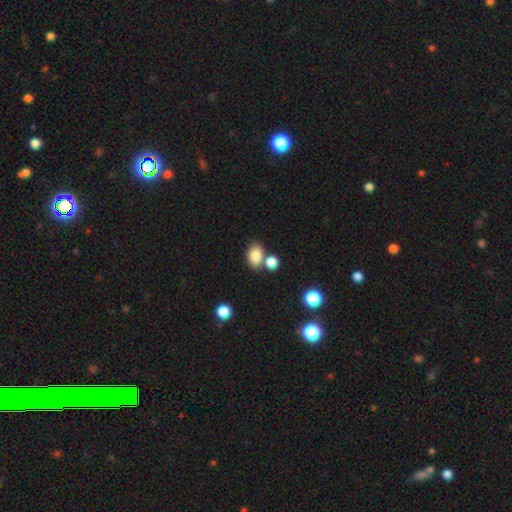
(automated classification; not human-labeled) Q: Smooth or featured?
A: smooth (83%); runner-up: star or artifact (9%)
Q: How rounded?
A: in between (80%); runner-up: round (19%)
Q: Merging?
A: none (59%); runner-up: merger (26%)